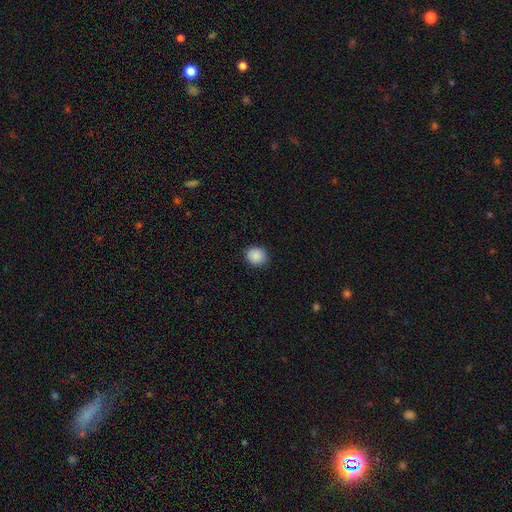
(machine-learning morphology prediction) smooth_or_featured: smooth (p=0.89) [alt: star or artifact p=0.08]
how_rounded: round (p=0.81) [alt: in between p=0.19]
merging: none (p=0.90) [alt: minor disturbance p=0.07]